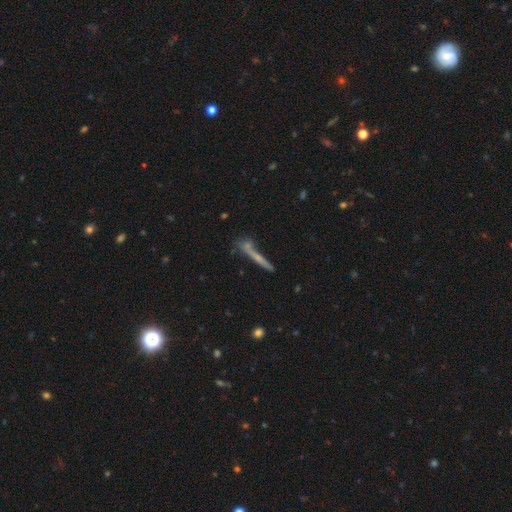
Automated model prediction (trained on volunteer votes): Q: Smooth or featured?
A: smooth (49%); runner-up: featured or disk (40%)
Q: Merging?
A: none (69%); runner-up: minor disturbance (14%)